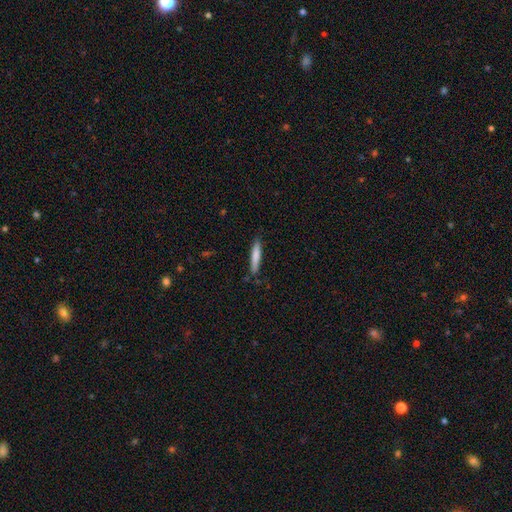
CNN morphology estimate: type=smooth (77%); roundness=cigar-shaped (91%); merging=none (84%).